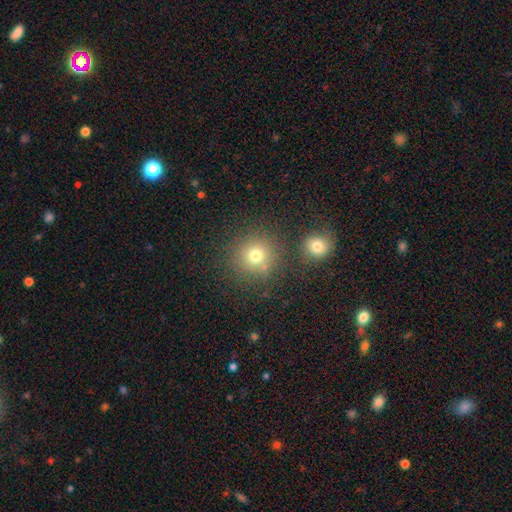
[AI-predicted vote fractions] Smooth or featured? Predicted: smooth (p=0.76). How rounded? Predicted: round (p=0.91). Merging? Predicted: none (p=0.77).